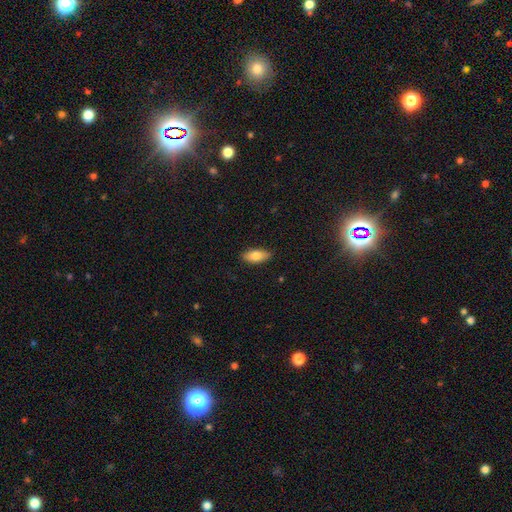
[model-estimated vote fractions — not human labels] Smooth or featured: smooth — 79% (featured or disk — 15%)
How rounded: in between — 82% (cigar-shaped — 15%)
Merging: none — 87% (minor disturbance — 10%)